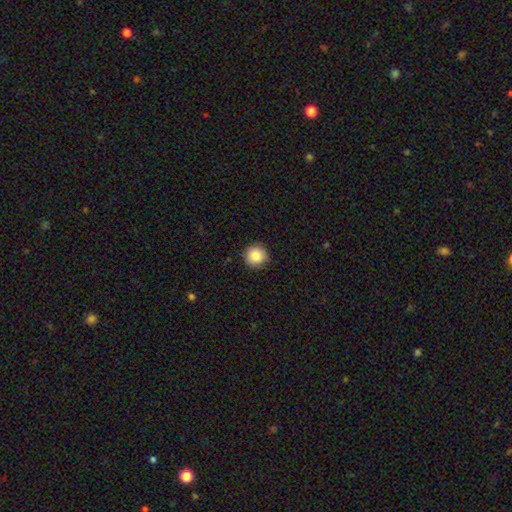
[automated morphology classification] smooth_or_featured: smooth (p=0.87) [alt: star or artifact p=0.09]
how_rounded: round (p=0.95) [alt: in between p=0.04]
merging: none (p=0.90) [alt: minor disturbance p=0.07]